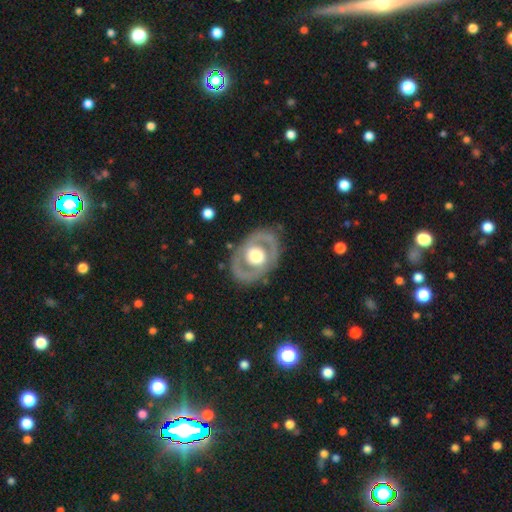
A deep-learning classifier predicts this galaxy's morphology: Smooth or featured? featured or disk (71%)
Edge-on disk? no (93%)
Bar? no (77%)
Spiral arms? no (61%)
Bulge size? large (48%)
Merging? none (80%)